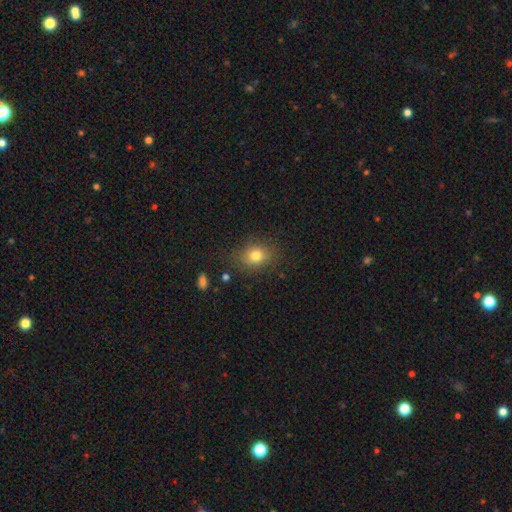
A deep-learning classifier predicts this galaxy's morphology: smooth 78%, star or artifact 12%, featured or disk 9%. Down the decision tree: how rounded — round (53%); merging — none (82%).